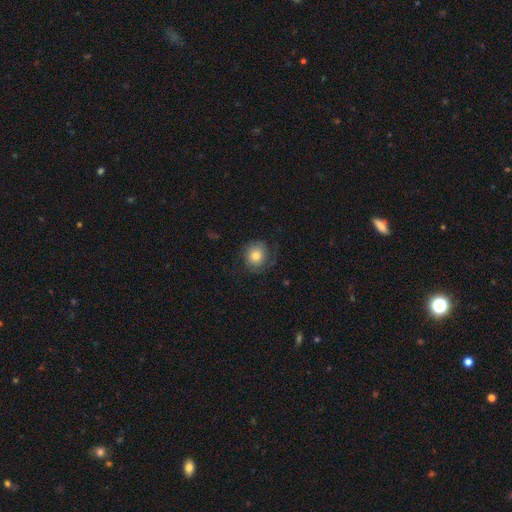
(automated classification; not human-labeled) Overall: smooth (58%; featured or disk 34%). How rounded: round (85%). Merging: none (69%).